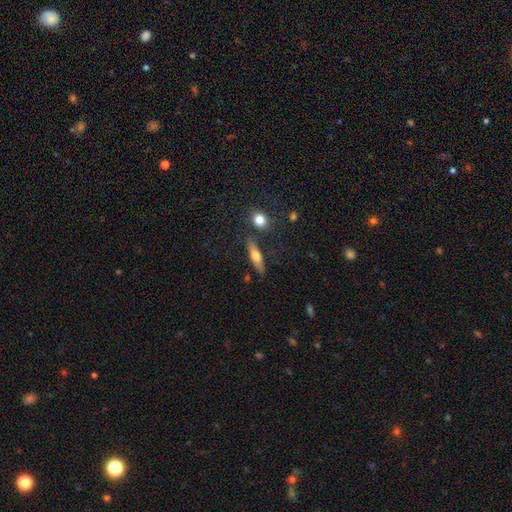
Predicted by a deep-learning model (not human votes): Smooth or featured? Predicted: smooth (p=0.53). How rounded? Predicted: cigar-shaped (p=0.68). Merging? Predicted: none (p=0.79).